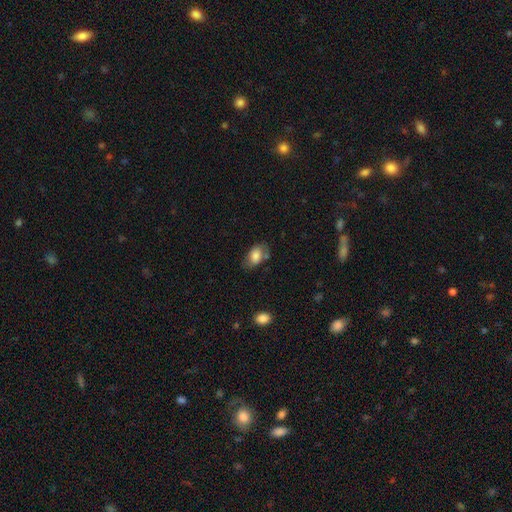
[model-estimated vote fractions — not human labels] Smooth or featured? Predicted: smooth (p=0.77). How rounded? Predicted: in between (p=0.88). Merging? Predicted: none (p=0.58).